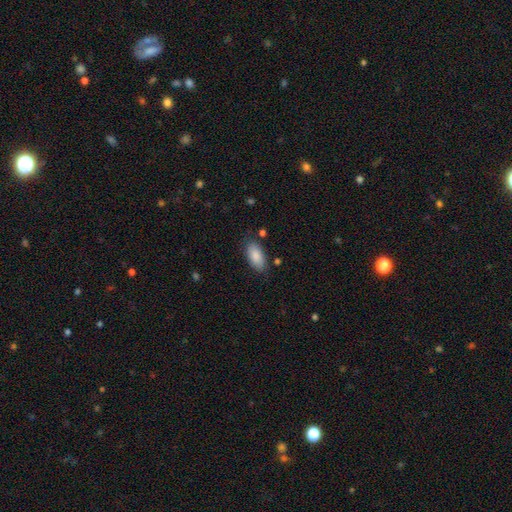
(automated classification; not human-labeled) This is clearly a smooth galaxy (87%). How rounded: clearly in between (92%). Merging: likely none (80%).